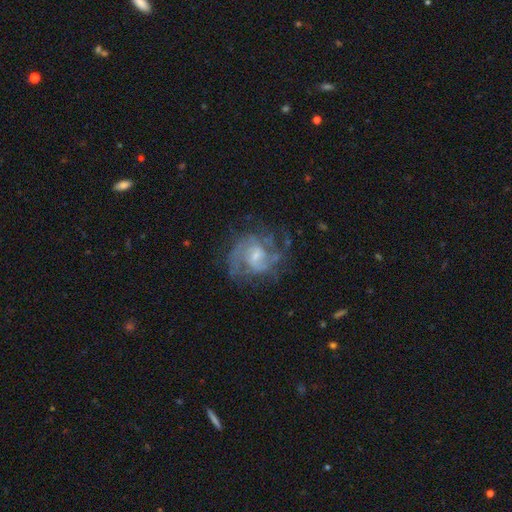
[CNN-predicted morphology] This appears to be a featured or disk galaxy (81%) with a weak bar (49%), 2 (43%) medium (47%) spiral arms (90%) and a small central bulge (50%). Merging: none (66%).